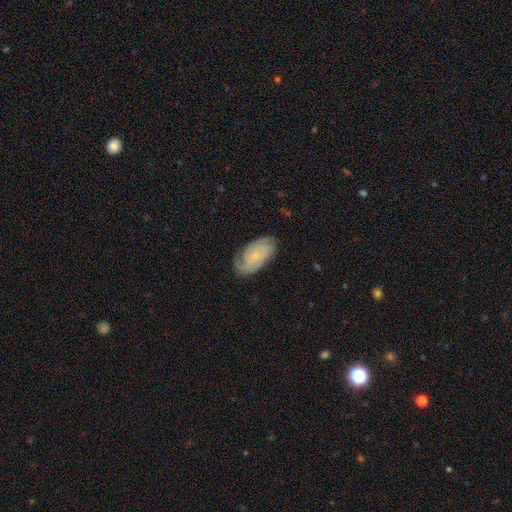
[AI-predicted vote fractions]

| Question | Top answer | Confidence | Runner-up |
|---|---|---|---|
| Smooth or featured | featured or disk | 71% | smooth (23%) |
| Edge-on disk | no | 95% | yes (5%) |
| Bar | no | 75% | weak (21%) |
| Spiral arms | yes | 93% | no (7%) |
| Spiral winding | tight | 64% | medium (28%) |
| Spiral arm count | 2 | 38% | can't tell (32%) |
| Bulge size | small | 78% | moderate (12%) |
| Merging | none | 74% | minor disturbance (19%) |